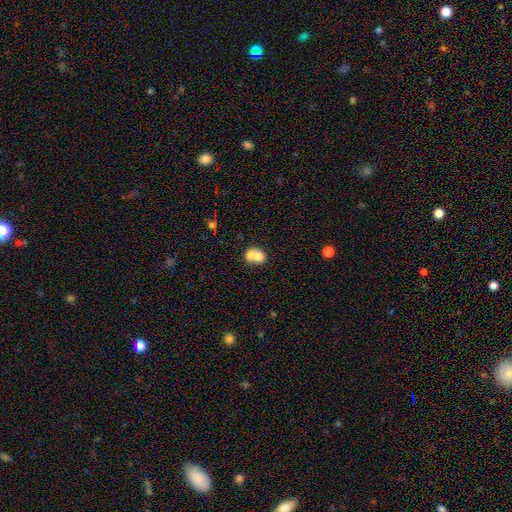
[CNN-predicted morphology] smooth-or-featured: smooth: 72% | featured or disk: 19% | star or artifact: 9%
  how-rounded: round: 50% | in between: 49% | cigar-shaped: 1%
  merging: merger: 66% | none: 22% | minor disturbance: 8% | major disturbance: 4%